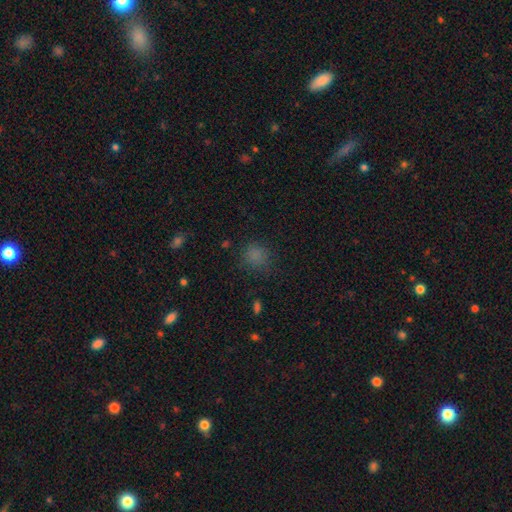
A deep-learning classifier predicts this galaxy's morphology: A smooth galaxy with no disk features (77%) that is round (81%). Merging: none (77%).